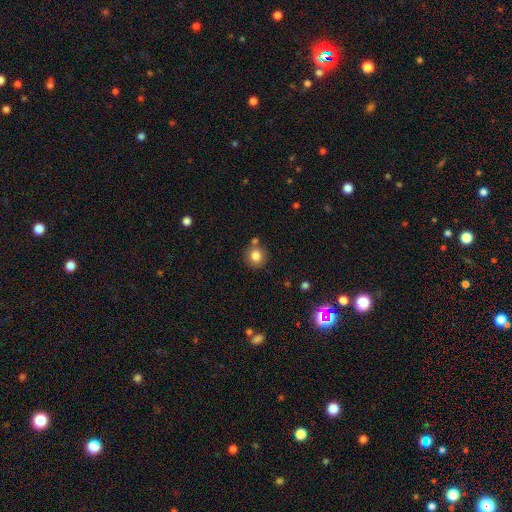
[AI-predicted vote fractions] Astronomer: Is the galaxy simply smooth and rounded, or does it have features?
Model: smooth — 83%.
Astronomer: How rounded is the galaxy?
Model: round — 90%.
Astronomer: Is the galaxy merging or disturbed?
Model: none — 75%.